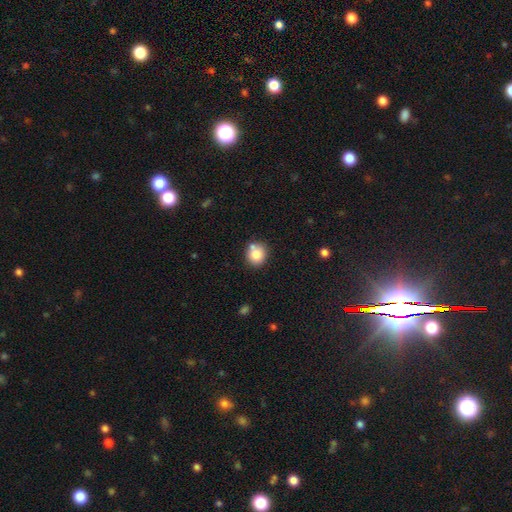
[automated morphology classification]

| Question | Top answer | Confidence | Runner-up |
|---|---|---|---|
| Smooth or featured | smooth | 83% | star or artifact (9%) |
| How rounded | round | 83% | in between (16%) |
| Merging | none | 69% | merger (14%) |